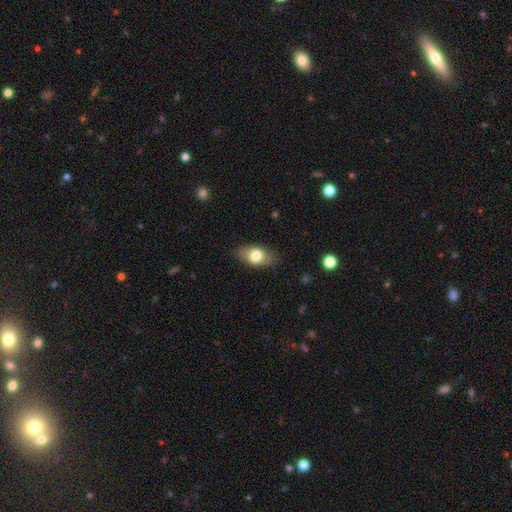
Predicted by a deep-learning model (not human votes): smooth 71%, featured or disk 22%, star or artifact 7%. Down the decision tree: how rounded — in between (86%); merging — none (82%).